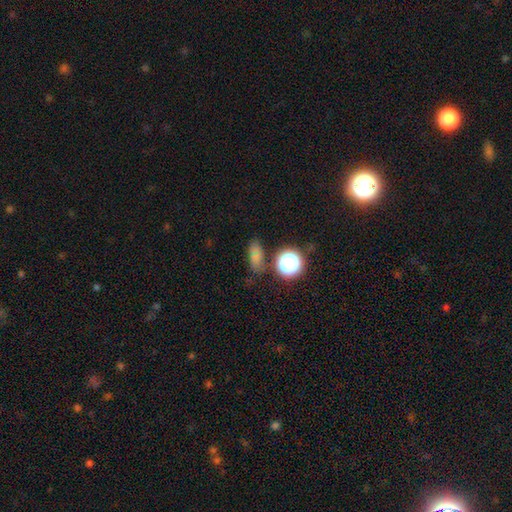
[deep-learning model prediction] Smooth or featured? smooth (68%)
How rounded? in between (66%)
Merging? none (69%)